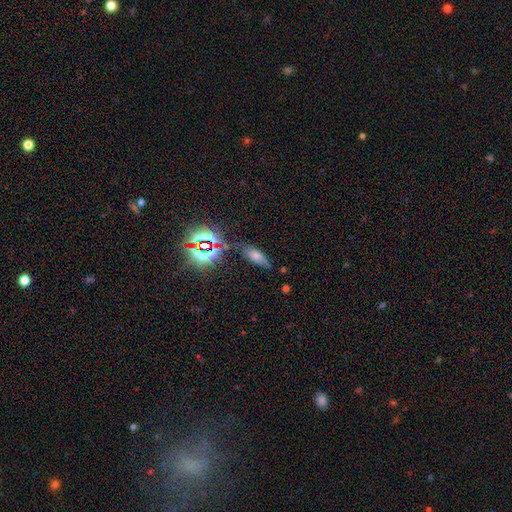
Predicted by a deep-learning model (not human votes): Smooth or featured?
  - smooth: 45% *
  - star or artifact: 35%
  - featured or disk: 21%
Merging?
  - none: 77% *
  - minor disturbance: 15%
  - major disturbance: 5%
  - merger: 4%